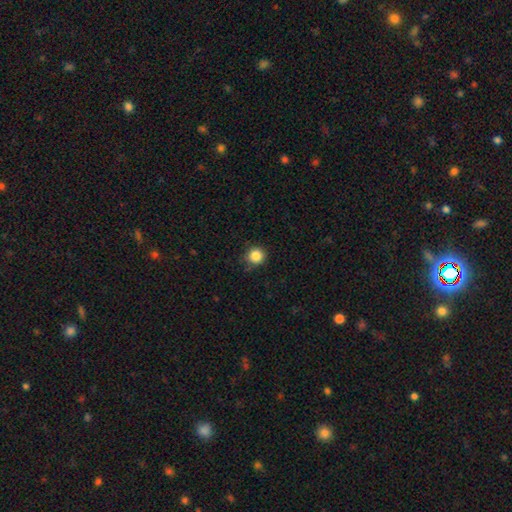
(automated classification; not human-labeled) This appears to be a smooth galaxy with no disk features (85%) that is round (94%). Merging: none (81%).